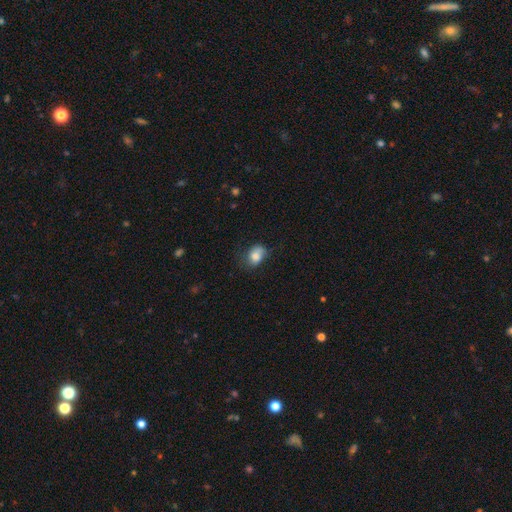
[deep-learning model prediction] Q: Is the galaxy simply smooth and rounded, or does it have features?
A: smooth — 80%.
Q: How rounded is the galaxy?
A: in between — 71%.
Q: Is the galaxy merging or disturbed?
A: none — 55%.